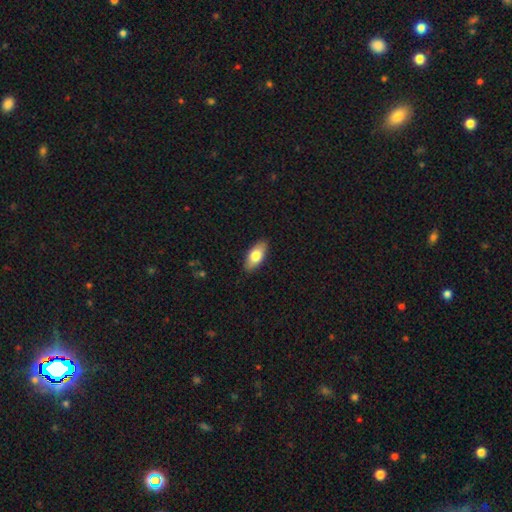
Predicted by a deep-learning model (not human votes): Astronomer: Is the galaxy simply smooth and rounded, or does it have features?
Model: smooth — 76%.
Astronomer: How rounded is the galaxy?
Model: in between — 88%.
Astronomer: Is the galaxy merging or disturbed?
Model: none — 89%.